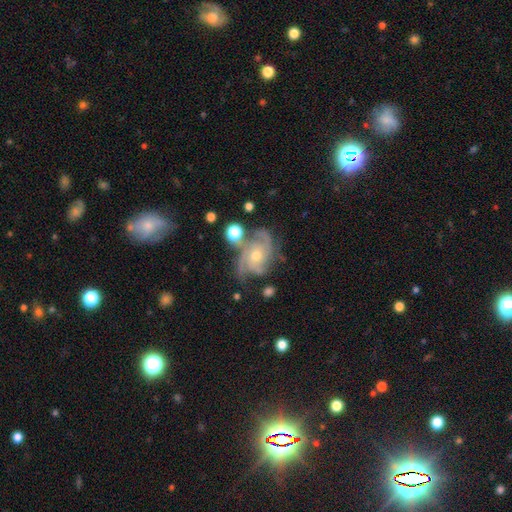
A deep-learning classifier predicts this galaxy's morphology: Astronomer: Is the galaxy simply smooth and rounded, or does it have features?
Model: featured or disk — 86%.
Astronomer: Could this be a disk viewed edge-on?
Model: no — 97%.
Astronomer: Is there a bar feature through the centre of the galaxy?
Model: no — 73%.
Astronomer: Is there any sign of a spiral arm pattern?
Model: yes — 97%.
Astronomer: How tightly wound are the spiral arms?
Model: tight — 44%, tied with medium at 44%.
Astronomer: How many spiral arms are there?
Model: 3 — 46%.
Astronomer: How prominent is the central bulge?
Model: moderate — 51% (runner-up: small, 45%).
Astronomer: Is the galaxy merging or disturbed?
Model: none — 58%.